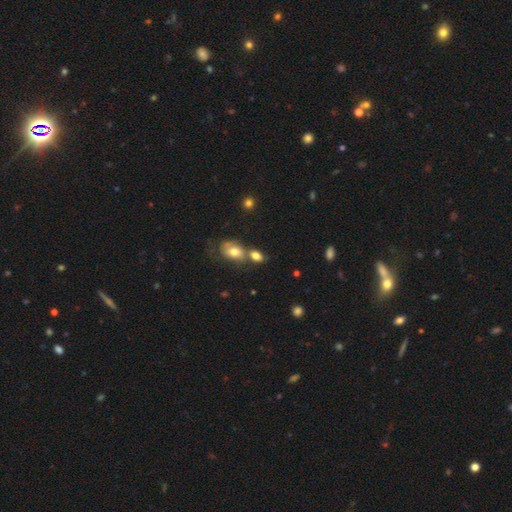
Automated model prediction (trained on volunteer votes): A smooth galaxy with no disk features (72%) that is in between round and cigar-shaped (80%). Merging: merger (43%).